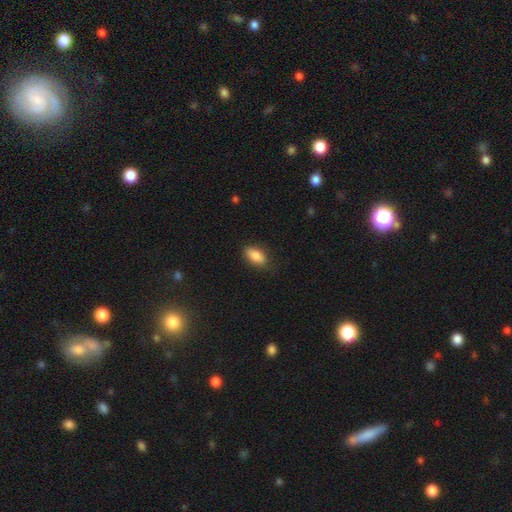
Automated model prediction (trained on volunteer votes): A smooth galaxy with no disk features (86%) that is in between round and cigar-shaped (90%). Merging: none (81%).